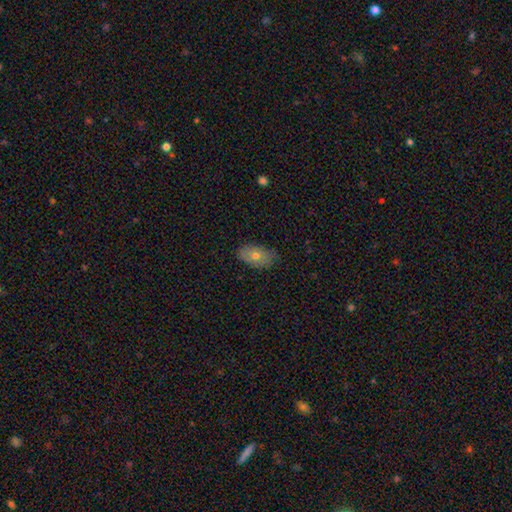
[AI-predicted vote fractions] Smooth or featured? smooth (67%)
How rounded? in between (90%)
Merging? none (80%)